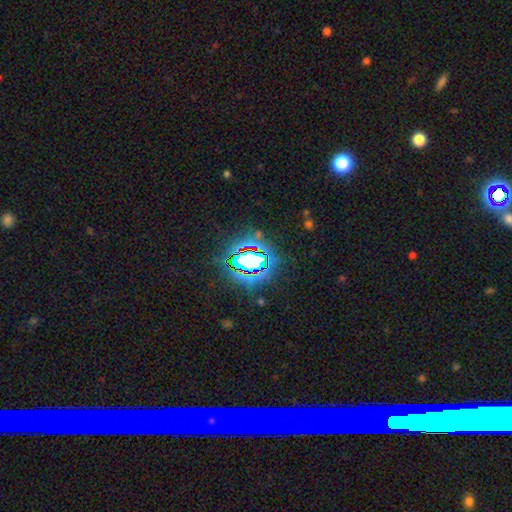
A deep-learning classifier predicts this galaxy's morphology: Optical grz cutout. It shows a star or artifact, not a galaxy (68%).